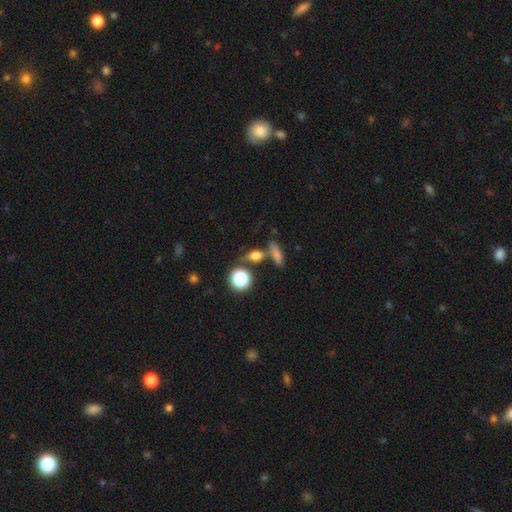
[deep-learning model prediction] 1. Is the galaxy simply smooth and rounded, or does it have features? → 58% smooth, 24% featured or disk, 18% star or artifact.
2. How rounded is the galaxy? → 40% in between, 35% round, 24% cigar-shaped.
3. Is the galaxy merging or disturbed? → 64% none, 19% merger, 12% minor disturbance, 5% major disturbance.